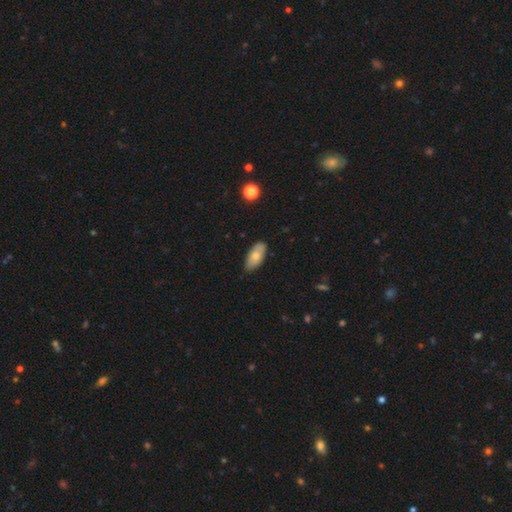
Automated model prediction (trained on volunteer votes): smooth-or-featured: smooth: 76% | featured or disk: 18% | star or artifact: 6%
  how-rounded: in between: 89% | cigar-shaped: 9% | round: 2%
  merging: none: 81% | minor disturbance: 16% | major disturbance: 2% | merger: 1%